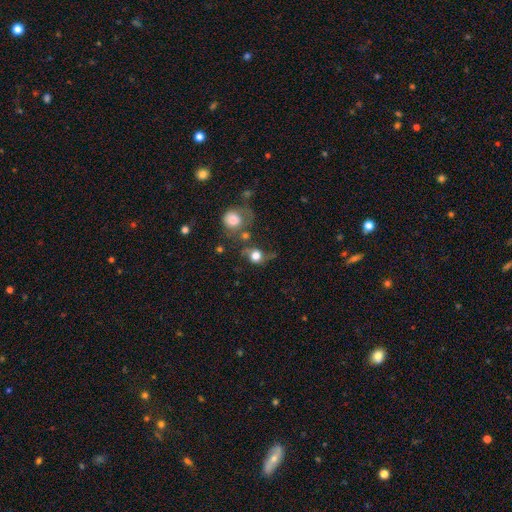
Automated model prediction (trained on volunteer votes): Smooth or featured: smooth — 68% (featured or disk — 19%)
How rounded: round — 82% (in between — 17%)
Merging: none — 45% (major disturbance — 19%)